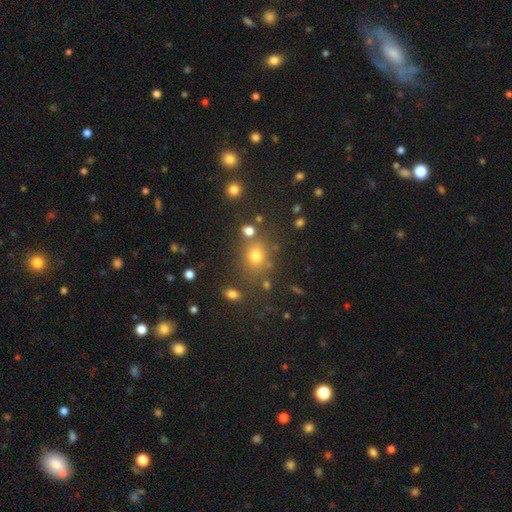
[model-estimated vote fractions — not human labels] smooth_or_featured: smooth (p=0.67) [alt: star or artifact p=0.24]
how_rounded: round (p=0.71) [alt: in between p=0.28]
merging: none (p=0.76) [alt: minor disturbance p=0.11]